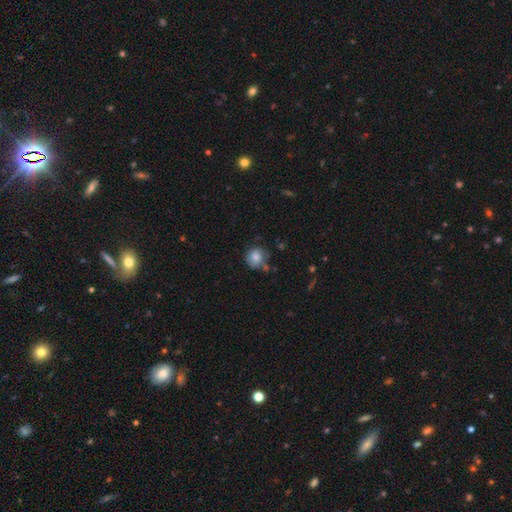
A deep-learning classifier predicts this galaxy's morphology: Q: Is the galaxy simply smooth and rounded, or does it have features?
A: smooth — 77%.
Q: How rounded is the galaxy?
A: round — 82%.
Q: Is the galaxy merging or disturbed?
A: none — 62%.